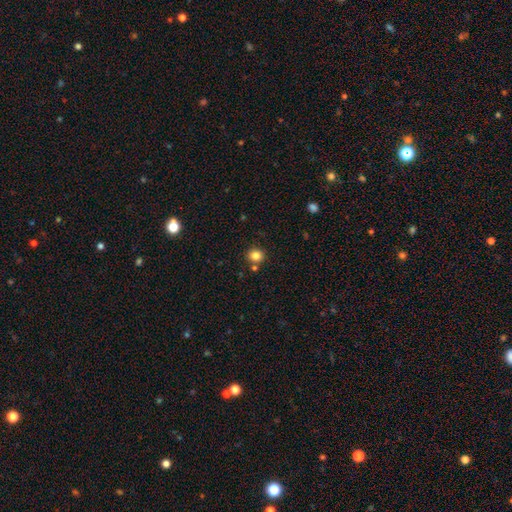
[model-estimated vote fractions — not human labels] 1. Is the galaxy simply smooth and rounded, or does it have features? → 83% smooth, 12% star or artifact, 5% featured or disk.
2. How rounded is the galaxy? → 81% round, 18% in between, 1% cigar-shaped.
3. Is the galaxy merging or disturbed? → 81% none, 8% minor disturbance, 8% merger, 2% major disturbance.